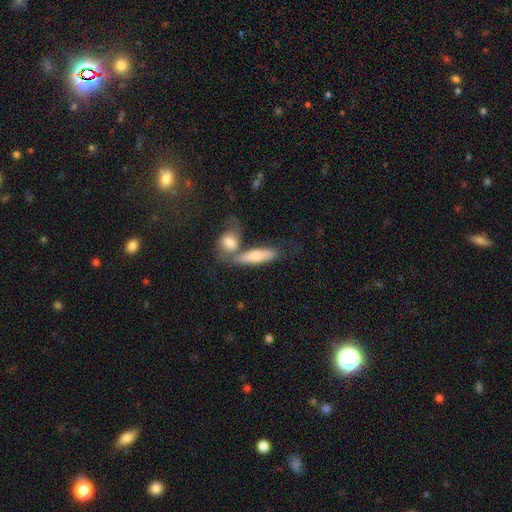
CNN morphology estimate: A smooth galaxy with no disk features (61%) that is cigar-shaped (55%). Merging: merger (43%).